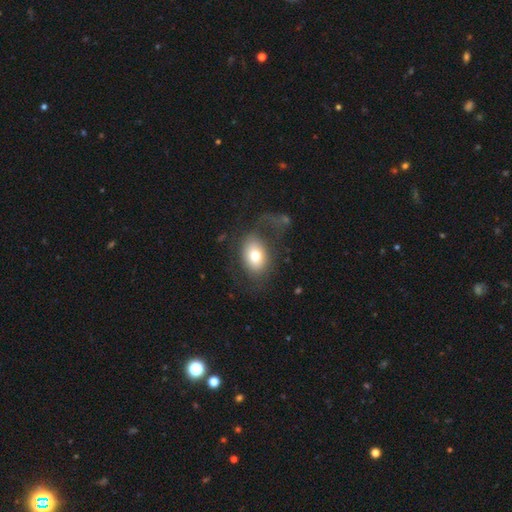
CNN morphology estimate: Smooth or featured? Predicted: smooth (p=0.69). How rounded? Predicted: in between (p=0.77). Merging? Predicted: none (p=0.52).